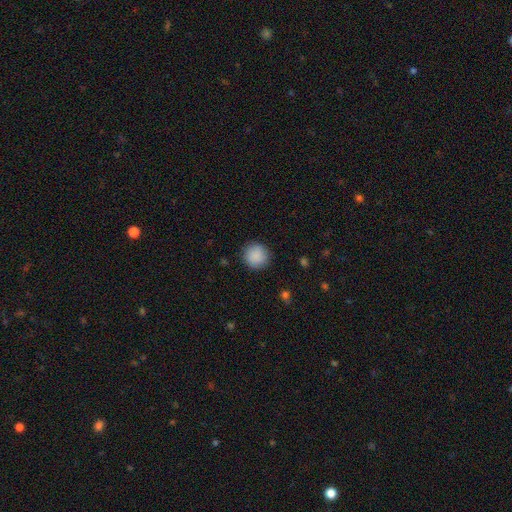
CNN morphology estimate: The model was most divided on "smooth or featured": smooth: 89%, star or artifact: 8%, featured or disk: 3%. More confident: how rounded — round (94%); merging — none (90%).